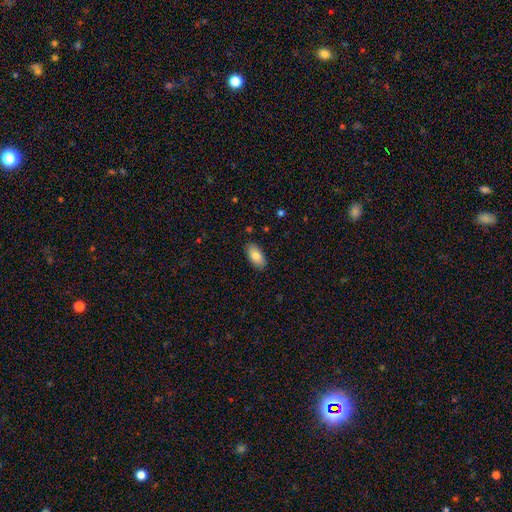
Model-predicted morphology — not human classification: This appears to be a smooth galaxy with no disk features (82%) that is in between round and cigar-shaped (93%). Merging: none (87%).